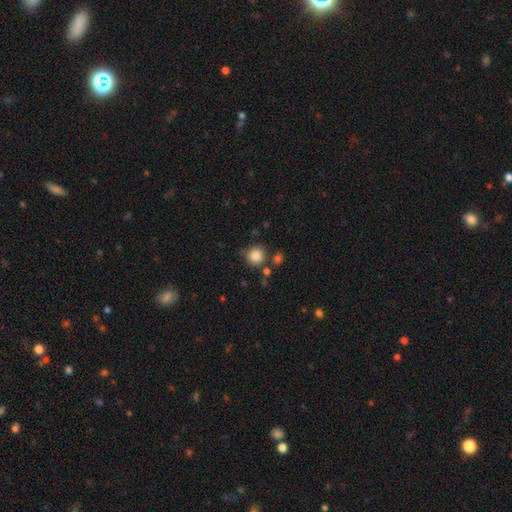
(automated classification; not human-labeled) A smooth galaxy with no disk features (85%) that is round (90%). Merging: none (72%).